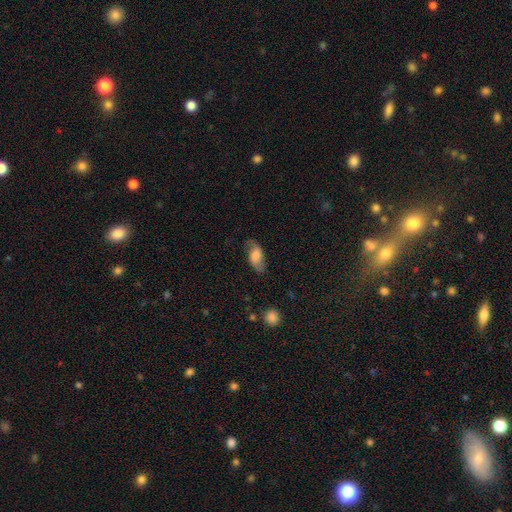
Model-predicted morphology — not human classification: Smooth or featured? Predicted: smooth (p=0.54). How rounded? Predicted: in between (p=0.88). Merging? Predicted: none (p=0.66).